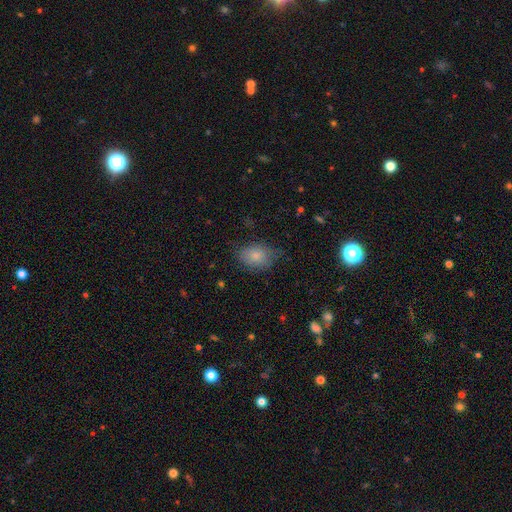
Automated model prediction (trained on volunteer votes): Smooth or featured?
  - smooth: 81% *
  - featured or disk: 10%
  - star or artifact: 9%
How rounded?
  - in between: 75% *
  - round: 23%
  - cigar-shaped: 1%
Merging?
  - none: 64% *
  - minor disturbance: 27%
  - major disturbance: 7%
  - merger: 1%